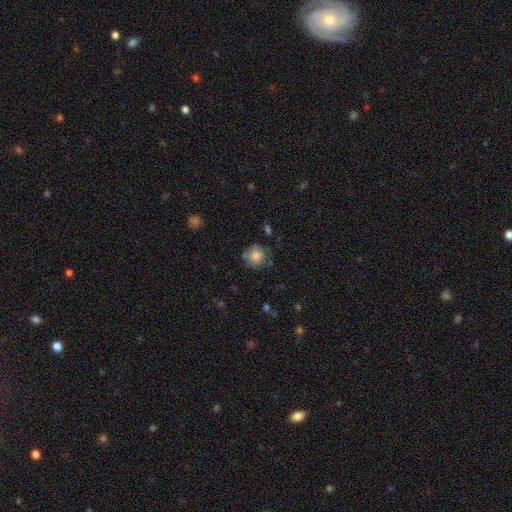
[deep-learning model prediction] smooth-or-featured: smooth: 77% | featured or disk: 14% | star or artifact: 9%
  how-rounded: round: 86% | in between: 13% | cigar-shaped: 1%
  merging: none: 67% | minor disturbance: 22% | major disturbance: 7% | merger: 5%